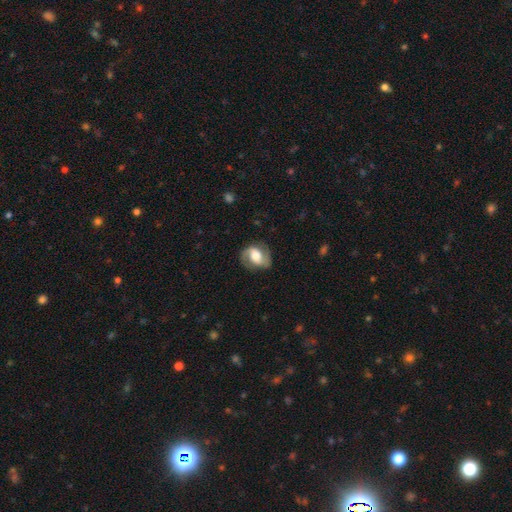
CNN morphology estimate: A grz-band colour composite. It shows a featured or disk galaxy (62%) with a weak bar (40%), 2 (87%) medium (46%) spiral arms (85%) and a large central bulge (45%). Merging: none (74%).